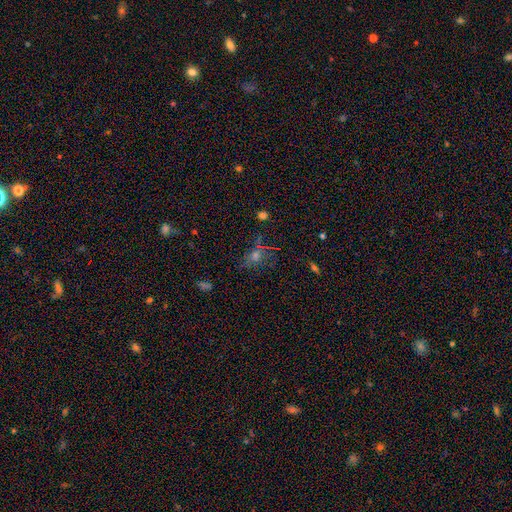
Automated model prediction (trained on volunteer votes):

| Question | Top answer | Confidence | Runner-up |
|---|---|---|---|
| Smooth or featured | smooth | 44% | star or artifact (36%) |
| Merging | none | 62% | minor disturbance (18%) |